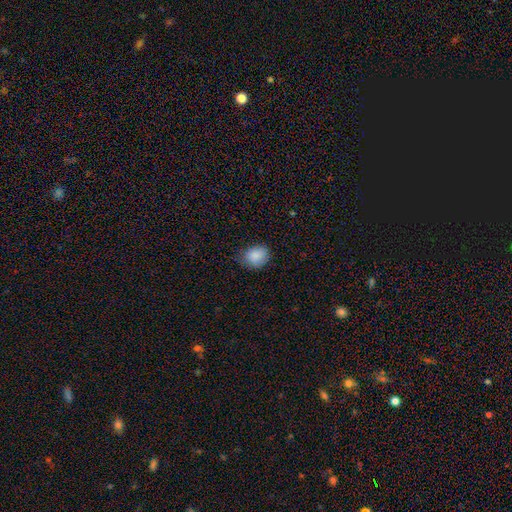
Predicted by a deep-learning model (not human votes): Smooth or featured?
  - smooth: 87% *
  - star or artifact: 8%
  - featured or disk: 5%
How rounded?
  - round: 52% *
  - in between: 47%
  - cigar-shaped: 1%
Merging?
  - none: 68% *
  - minor disturbance: 26%
  - major disturbance: 5%
  - merger: 1%